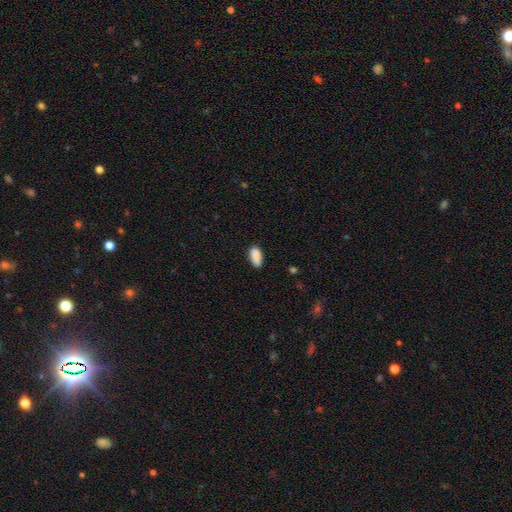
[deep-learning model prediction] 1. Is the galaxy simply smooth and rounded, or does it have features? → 88% smooth, 7% star or artifact, 5% featured or disk.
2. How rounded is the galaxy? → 90% in between, 8% cigar-shaped, 2% round.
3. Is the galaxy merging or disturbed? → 76% none, 19% minor disturbance, 3% major disturbance, 2% merger.